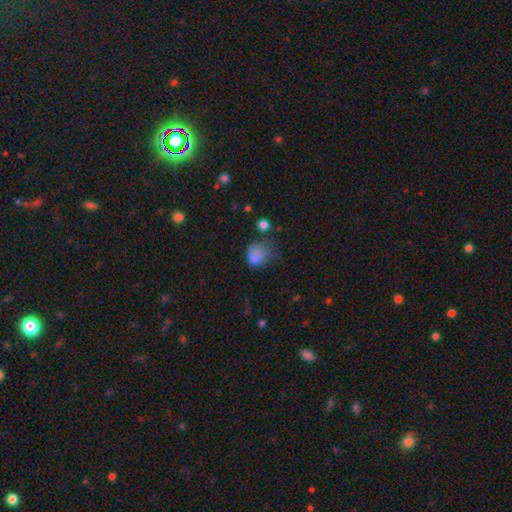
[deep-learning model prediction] The model was most divided on "how rounded": round: 53%, in between: 45%, cigar-shaped: 1%. Remaining: smooth or featured — smooth (74%); merging — major disturbance (38%).